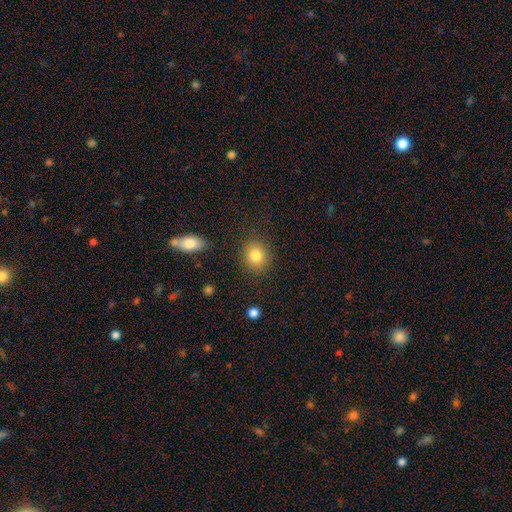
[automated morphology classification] Smooth or featured? Predicted: smooth (p=0.83). How rounded? Predicted: round (p=0.73). Merging? Predicted: none (p=0.86).